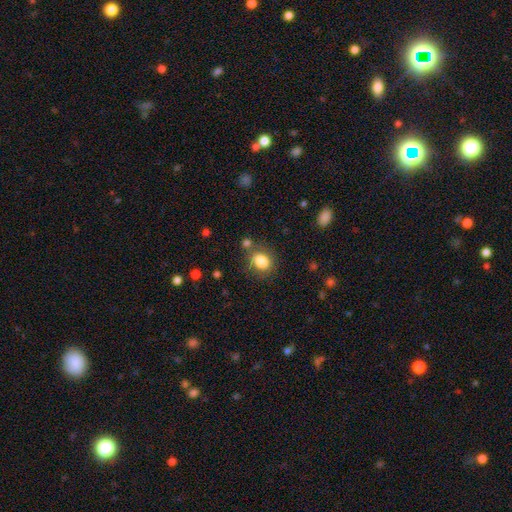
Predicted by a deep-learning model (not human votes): The model was most divided on "how rounded": round: 74%, in between: 25%, cigar-shaped: 1%. More confident: merging — none (83%); smooth or featured — smooth (72%).